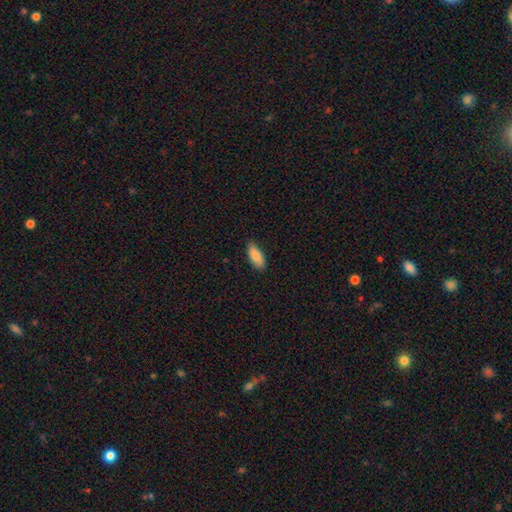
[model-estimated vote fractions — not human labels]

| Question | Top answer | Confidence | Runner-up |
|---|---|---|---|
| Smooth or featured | smooth | 88% | featured or disk (6%) |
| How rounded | in between | 82% | cigar-shaped (17%) |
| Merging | none | 83% | minor disturbance (14%) |